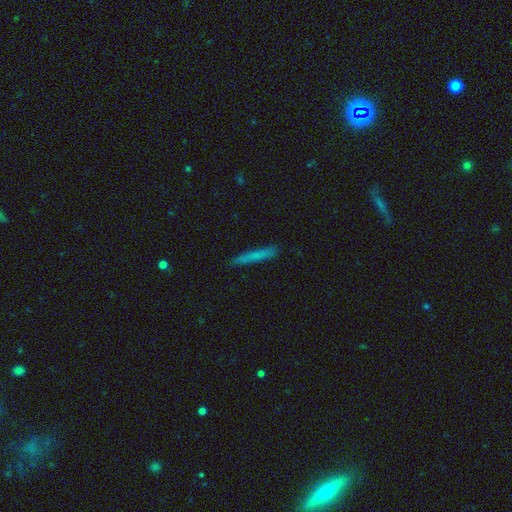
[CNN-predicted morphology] Smooth or featured? Predicted: smooth (p=0.69). How rounded? Predicted: cigar-shaped (p=0.95). Merging? Predicted: none (p=0.88).